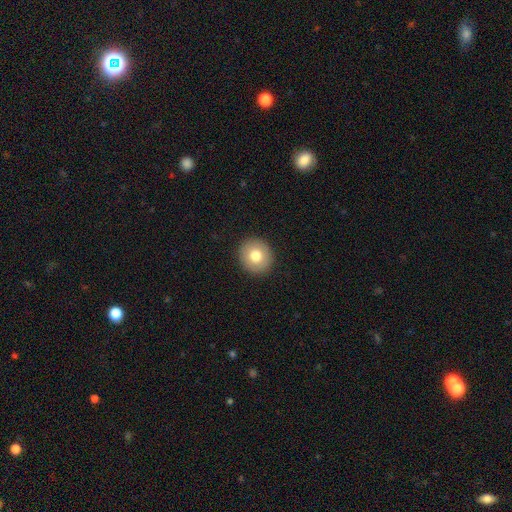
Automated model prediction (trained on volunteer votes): Overall: smooth (77%). How rounded: round (90%). Merging: none (92%).